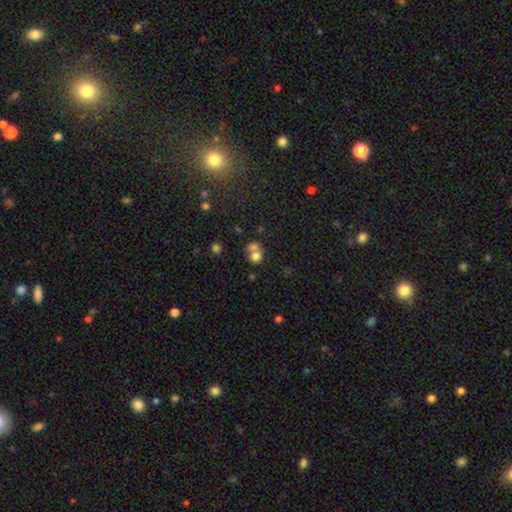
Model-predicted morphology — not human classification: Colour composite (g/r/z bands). It shows a smooth galaxy with no disk features (72%) that is round (65%). Merging: merger (60%).